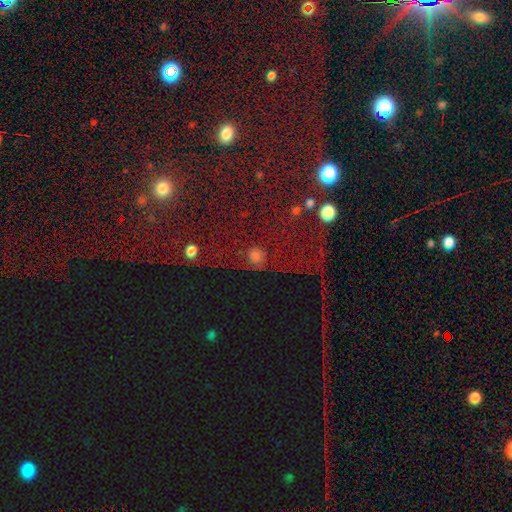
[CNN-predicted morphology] Q: Smooth or featured?
A: smooth (44%); runner-up: star or artifact (40%)
Q: Merging?
A: none (57%); runner-up: major disturbance (19%)